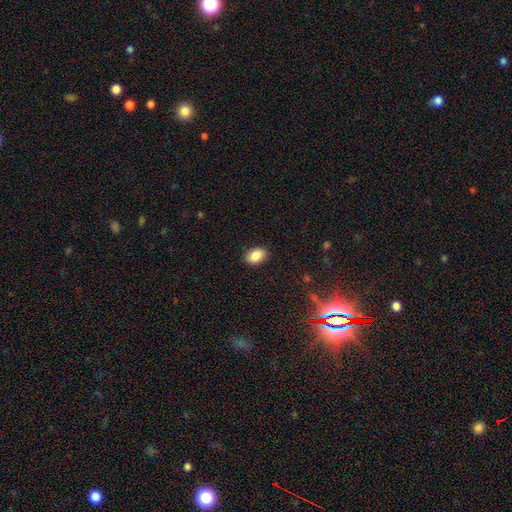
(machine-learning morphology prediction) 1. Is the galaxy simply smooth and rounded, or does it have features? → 86% smooth, 8% star or artifact, 5% featured or disk.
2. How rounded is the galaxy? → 81% in between, 18% round, 1% cigar-shaped.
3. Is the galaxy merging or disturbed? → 88% none, 9% minor disturbance, 2% major disturbance, 1% merger.